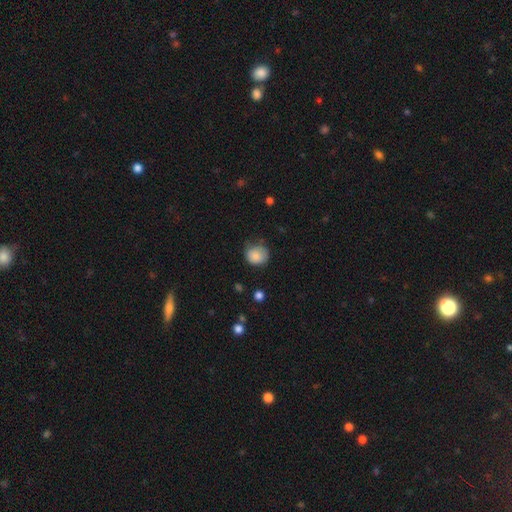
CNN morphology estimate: Q: Smooth or featured?
A: smooth (83%); runner-up: featured or disk (8%)
Q: How rounded?
A: round (76%); runner-up: in between (23%)
Q: Merging?
A: none (62%); runner-up: minor disturbance (29%)